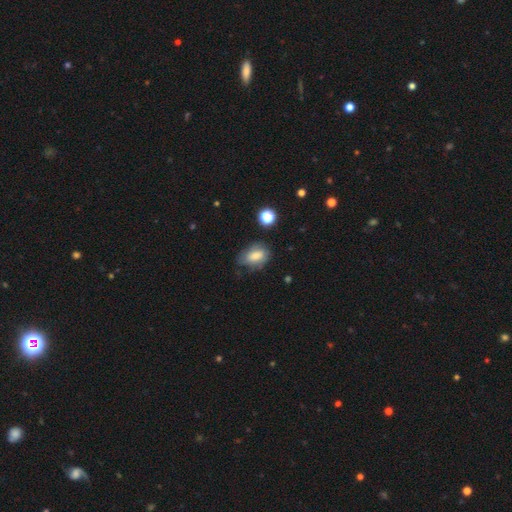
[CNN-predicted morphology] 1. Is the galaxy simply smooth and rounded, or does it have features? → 73% smooth, 18% featured or disk, 10% star or artifact.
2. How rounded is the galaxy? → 81% in between, 16% round, 2% cigar-shaped.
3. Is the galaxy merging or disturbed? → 56% none, 31% minor disturbance, 10% major disturbance, 3% merger.